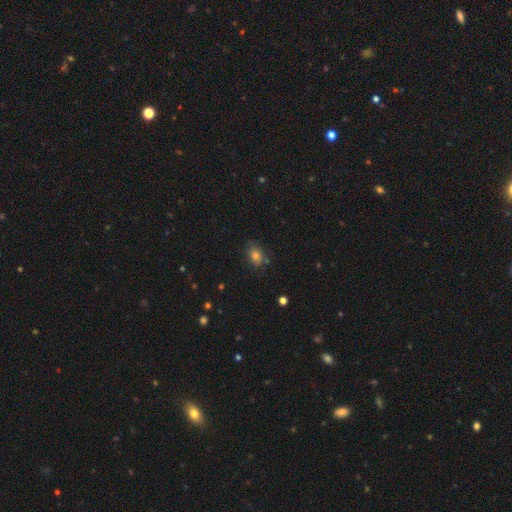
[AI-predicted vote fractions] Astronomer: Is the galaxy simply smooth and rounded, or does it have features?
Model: smooth — 71%.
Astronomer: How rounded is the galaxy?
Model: in between — 63%.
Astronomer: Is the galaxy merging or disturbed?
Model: none — 75%.